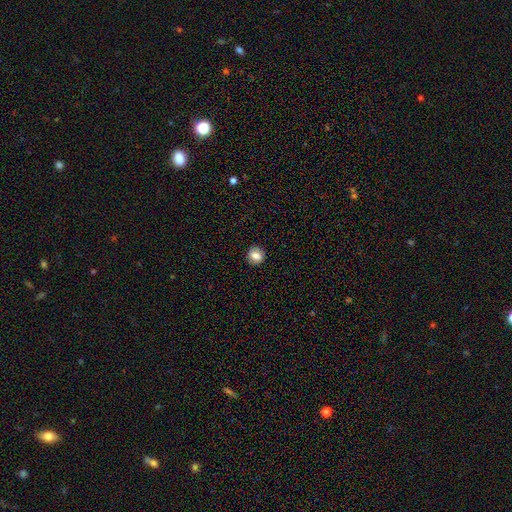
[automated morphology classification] This is likely a smooth galaxy (76%). How rounded: clearly round (84%). Merging: clearly none (89%).